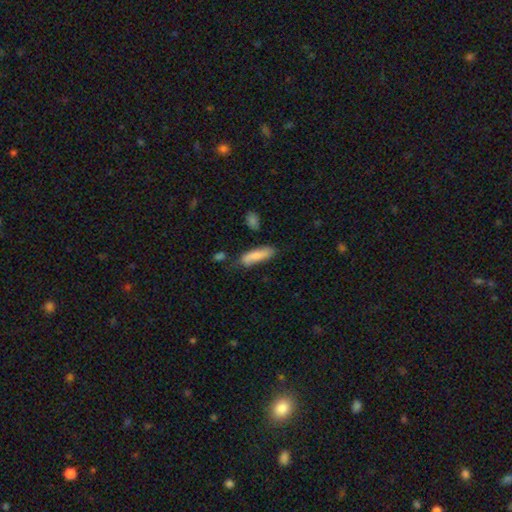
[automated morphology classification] Overall: smooth (77%). How rounded: cigar-shaped (52%; in between 46%). Merging: none (65%).